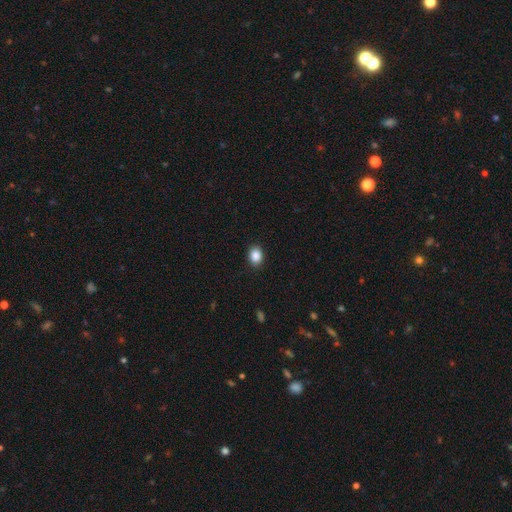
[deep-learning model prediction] smooth-or-featured: smooth: 88% | star or artifact: 8% | featured or disk: 3%
  how-rounded: in between: 57% | round: 42% | cigar-shaped: 1%
  merging: none: 89% | minor disturbance: 8% | major disturbance: 2% | merger: 1%